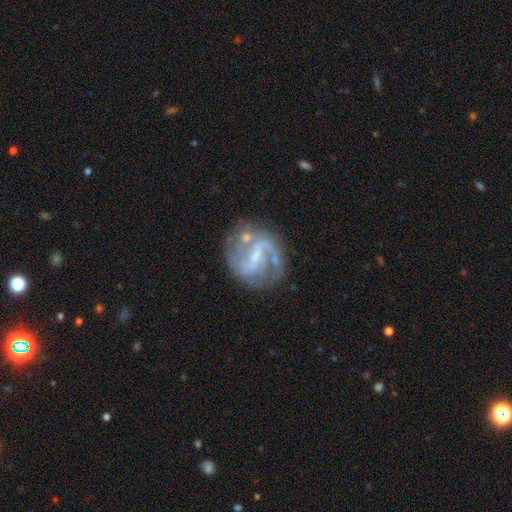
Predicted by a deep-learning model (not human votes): Morphology: type=featured or disk (86%); edge-on=no (98%); bar=weak (44%, tied with strong); spiral arms=yes (94%); winding=medium (48%); arm count=2 (82%); bulge=small (58%); merging=none (67%).